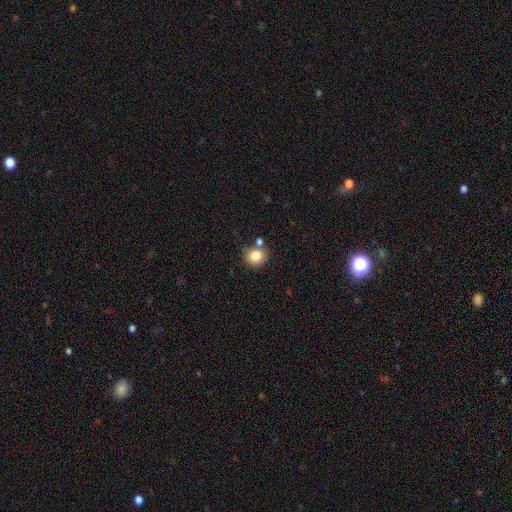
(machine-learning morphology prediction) Overall: smooth (81%). How rounded: round (85%). Merging: none (69%).